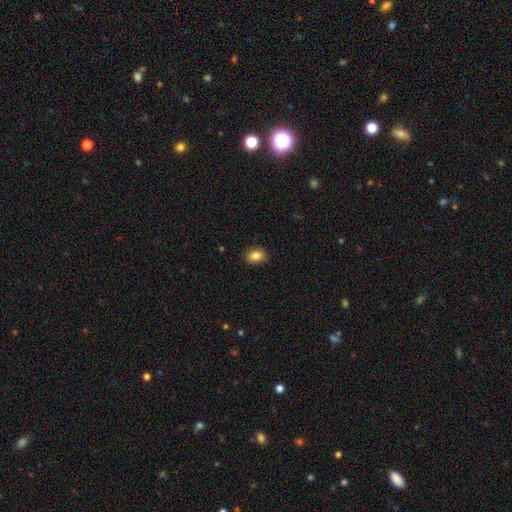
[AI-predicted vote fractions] Q: Smooth or featured?
A: smooth (84%); runner-up: star or artifact (9%)
Q: How rounded?
A: in between (68%); runner-up: round (31%)
Q: Merging?
A: none (87%); runner-up: minor disturbance (10%)